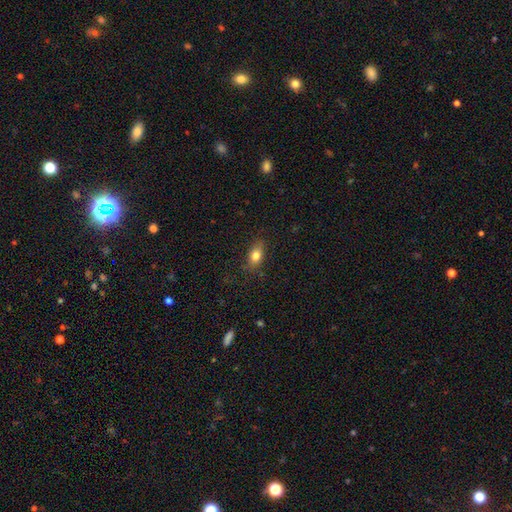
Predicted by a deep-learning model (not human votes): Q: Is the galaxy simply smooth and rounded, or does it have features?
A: smooth — 79%.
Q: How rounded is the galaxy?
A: in between — 80%.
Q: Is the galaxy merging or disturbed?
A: none — 82%.